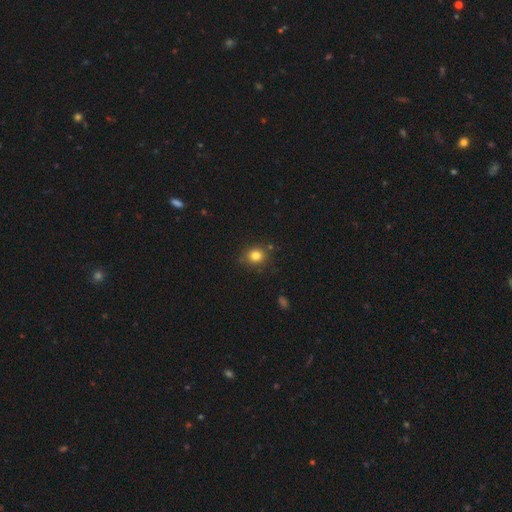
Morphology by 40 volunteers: Smooth or featured? 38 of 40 (95%) said smooth. How rounded? 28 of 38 (74%) said round. Merging? 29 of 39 (74%) said none.